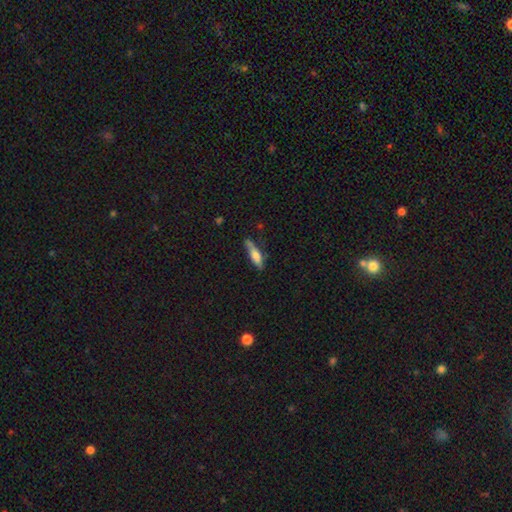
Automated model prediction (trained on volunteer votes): This appears to be a smooth galaxy with no disk features (66%) that is cigar-shaped (62%). Merging: none (60%).